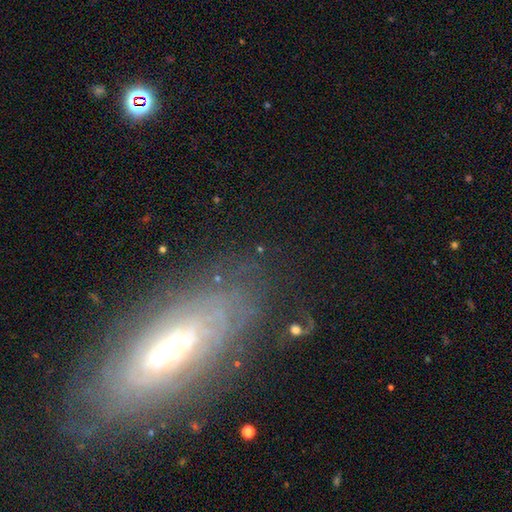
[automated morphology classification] Q: Smooth or featured?
A: featured or disk (73%); runner-up: smooth (16%)
Q: Edge-on disk?
A: no (83%); runner-up: yes (17%)
Q: Bar?
A: no (53%); runner-up: weak (31%)
Q: Spiral arms?
A: yes (80%); runner-up: no (20%)
Q: Bulge size?
A: small (49%); runner-up: moderate (39%)
Q: Merging?
A: none (78%); runner-up: minor disturbance (14%)